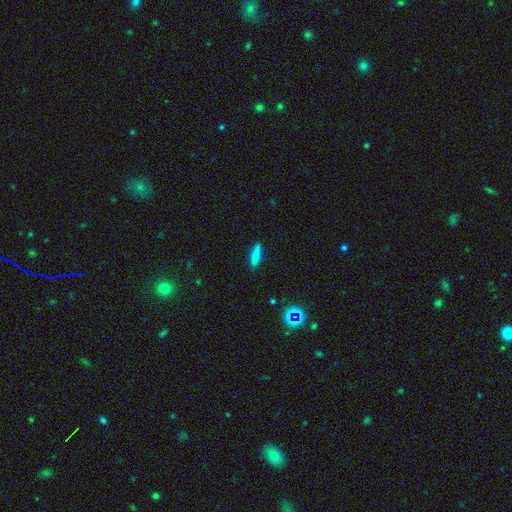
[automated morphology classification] Smooth or featured: smooth — 83% (star or artifact — 9%)
How rounded: cigar-shaped — 72% (in between — 26%)
Merging: none — 88% (minor disturbance — 9%)